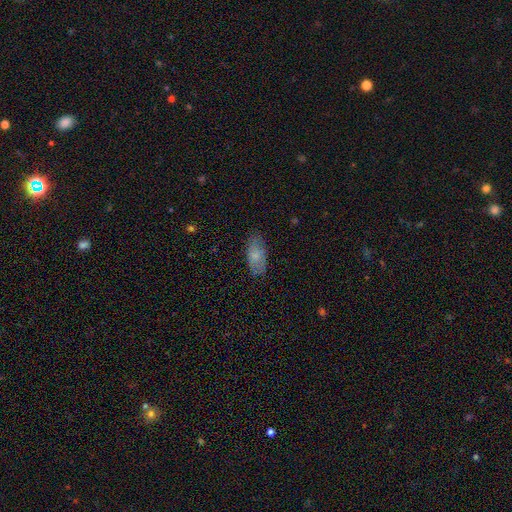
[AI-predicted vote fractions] The model was most divided on "smooth or featured": smooth: 75%, featured or disk: 18%, star or artifact: 7%. More confident: how rounded — in between (92%); merging — none (77%).